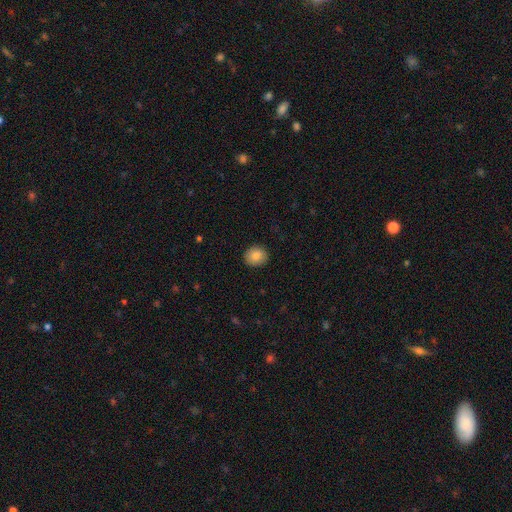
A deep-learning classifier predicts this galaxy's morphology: type=smooth (84%); roundness=round (78%); merging=none (91%).